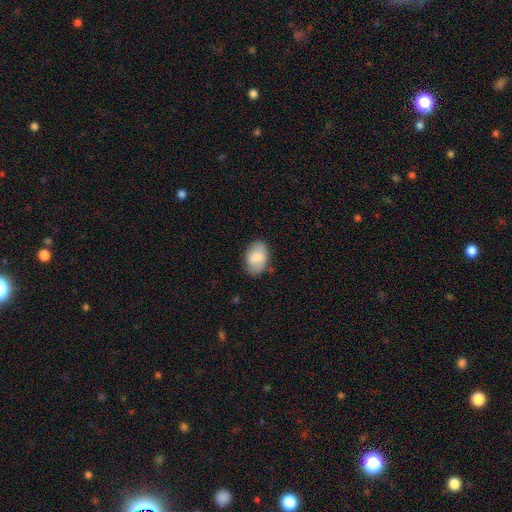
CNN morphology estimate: Smooth or featured: smooth — 78% (featured or disk — 15%)
How rounded: in between — 87% (round — 11%)
Merging: none — 77% (minor disturbance — 18%)